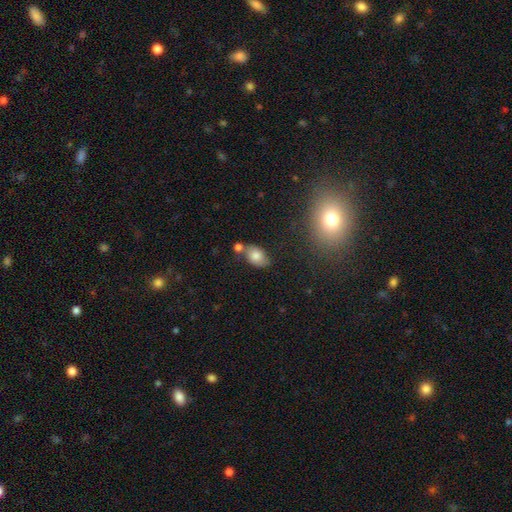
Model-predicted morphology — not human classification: This appears to be a smooth galaxy with no disk features (77%) that is in between round and cigar-shaped (84%). Merging: none (59%).